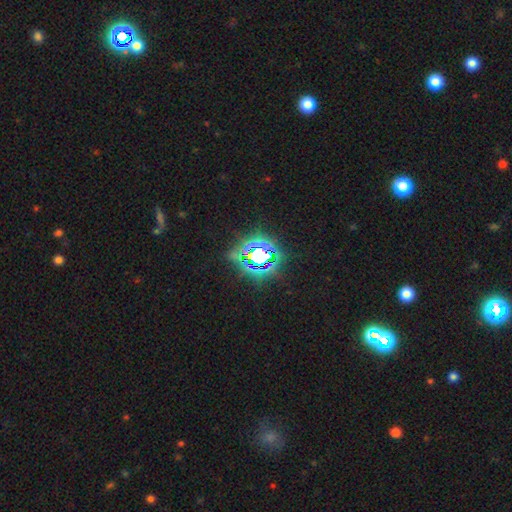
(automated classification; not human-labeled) Smooth or featured? Predicted: star or artifact (p=0.76).